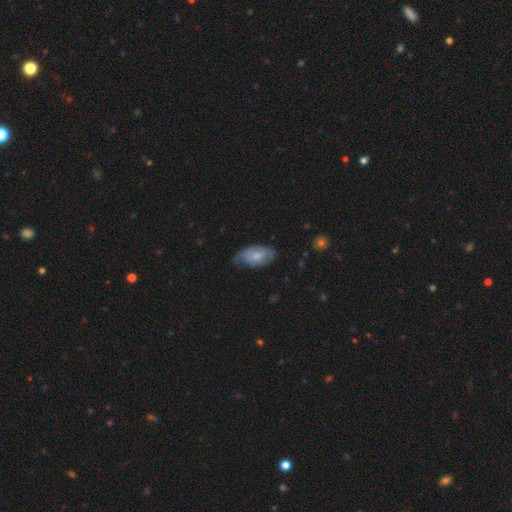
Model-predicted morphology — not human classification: Smooth or featured?
  - smooth: 62% *
  - featured or disk: 32%
  - star or artifact: 6%
How rounded?
  - in between: 93% *
  - round: 4%
  - cigar-shaped: 3%
Merging?
  - none: 47% *
  - minor disturbance: 39%
  - major disturbance: 13%
  - merger: 2%